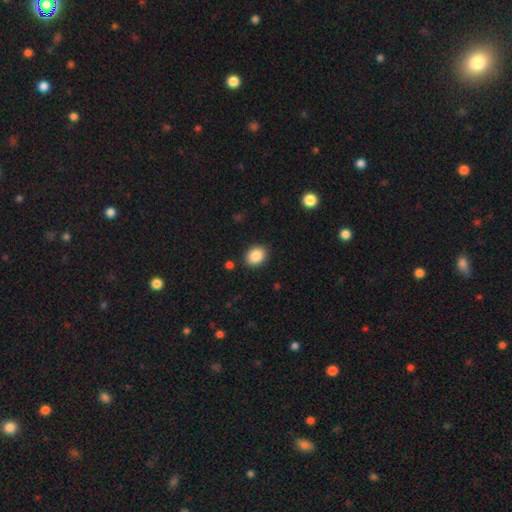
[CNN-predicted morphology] Smooth or featured: smooth — 88% (star or artifact — 8%)
How rounded: in between — 61% (round — 38%)
Merging: none — 88% (minor disturbance — 8%)